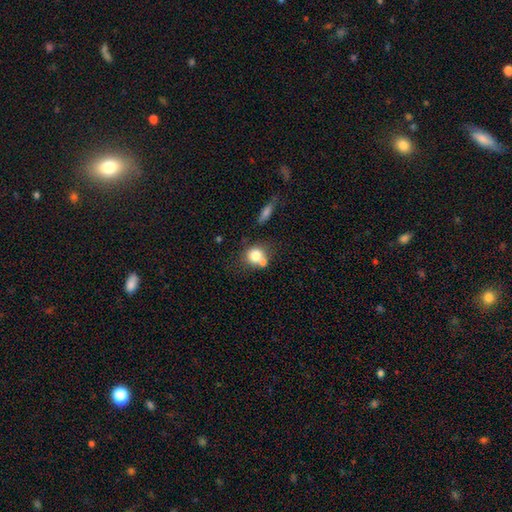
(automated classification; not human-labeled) Smooth or featured? smooth (76%)
How rounded? round (80%)
Merging? none (48%)